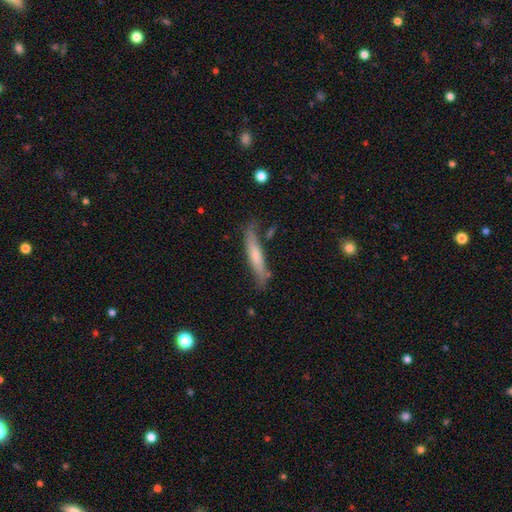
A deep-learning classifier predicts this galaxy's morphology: This appears to be a smooth galaxy with no disk features (59%) that is cigar-shaped (90%). Merging: none (70%).